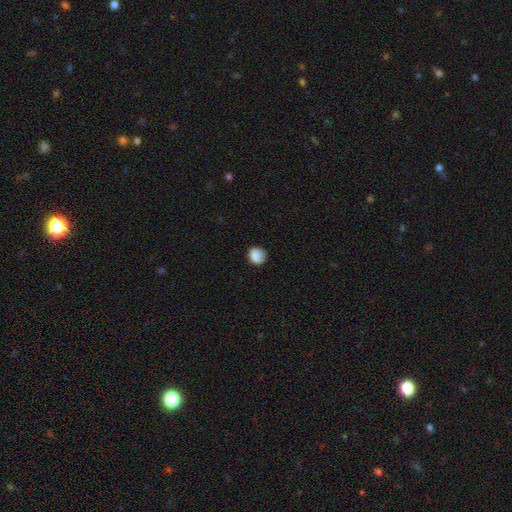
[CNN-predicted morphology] Smooth or featured? smooth (86%)
How rounded? round (84%)
Merging? none (78%)